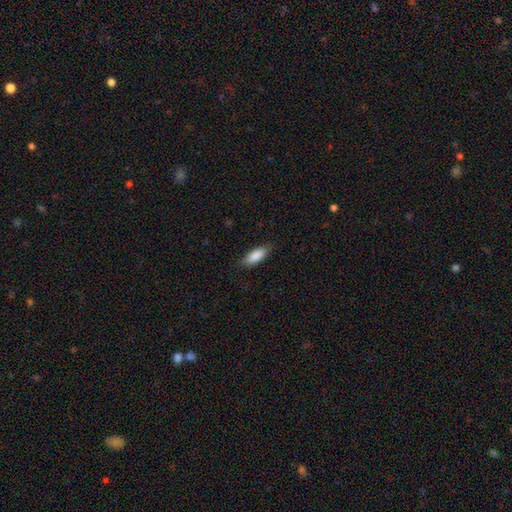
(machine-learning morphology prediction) Smooth or featured? smooth (87%)
How rounded? in between (72%)
Merging? none (84%)